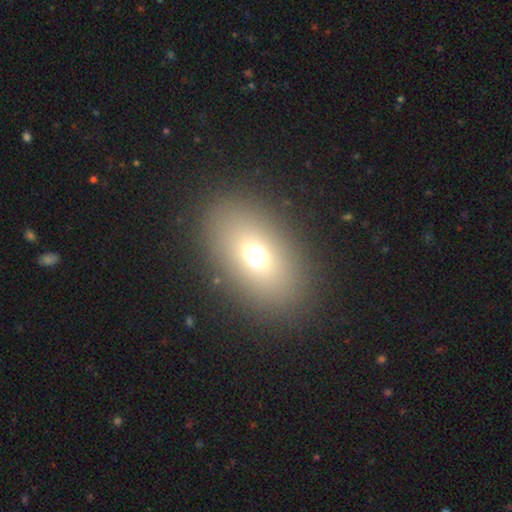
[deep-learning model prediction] Smooth or featured?
  - smooth: 67% *
  - featured or disk: 17%
  - star or artifact: 16%
How rounded?
  - in between: 78% *
  - round: 20%
  - cigar-shaped: 2%
Merging?
  - none: 85% *
  - minor disturbance: 8%
  - major disturbance: 5%
  - merger: 1%